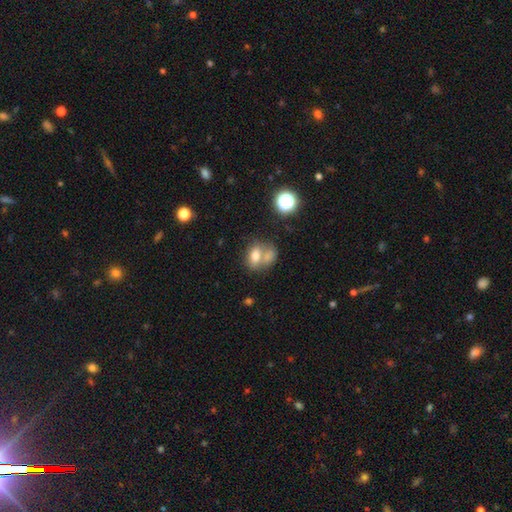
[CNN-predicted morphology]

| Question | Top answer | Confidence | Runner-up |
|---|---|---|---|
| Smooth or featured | smooth | 71% | featured or disk (16%) |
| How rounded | in between | 74% | round (23%) |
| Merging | merger | 52% | none (32%) |